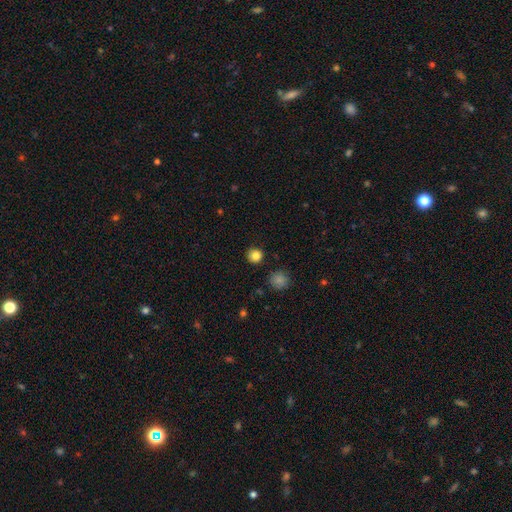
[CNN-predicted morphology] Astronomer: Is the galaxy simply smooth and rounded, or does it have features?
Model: smooth — 83%.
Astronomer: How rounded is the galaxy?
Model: round — 92%.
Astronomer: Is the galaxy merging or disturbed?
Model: none — 90%.